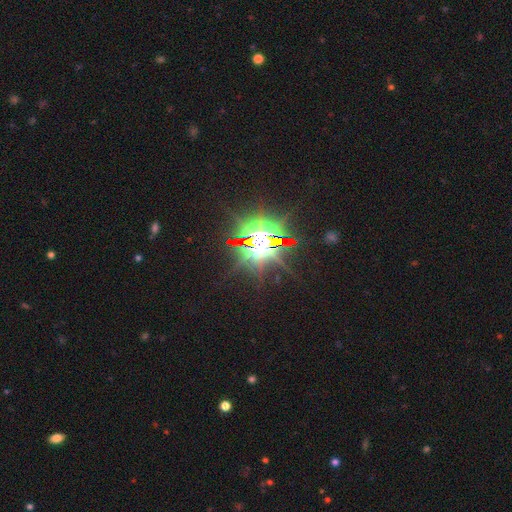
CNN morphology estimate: Q: Smooth or featured?
A: star or artifact (81%); runner-up: featured or disk (13%)